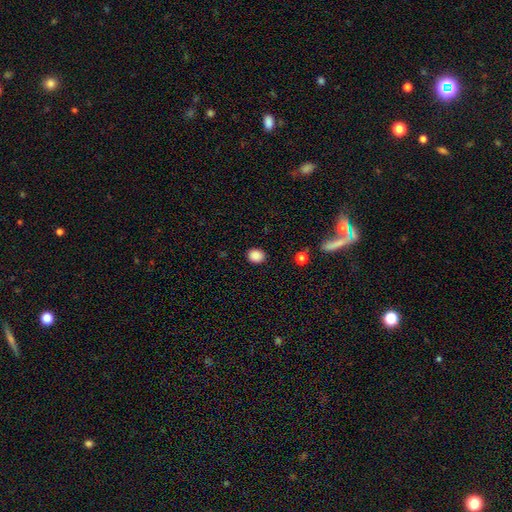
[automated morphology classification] This appears to be a smooth galaxy with no disk features (88%) that is round (68%). Merging: none (90%).